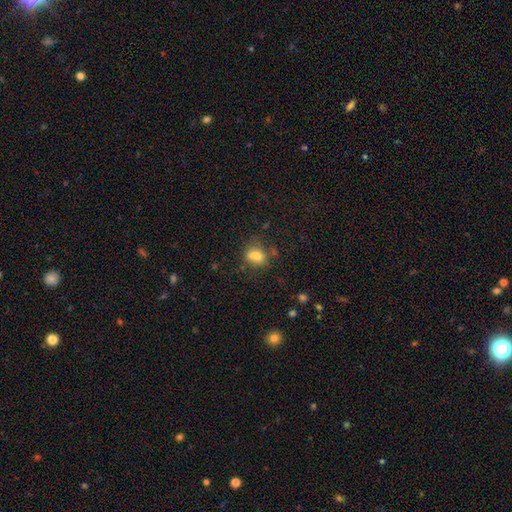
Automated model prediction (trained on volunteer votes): The model was most divided on "how rounded": in between: 61%, round: 36%, cigar-shaped: 3%. More confident: smooth or featured — smooth (75%); merging — none (56%).